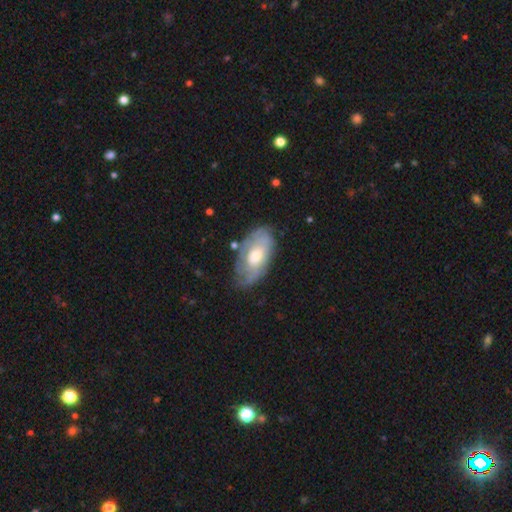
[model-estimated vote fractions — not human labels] A featured or disk galaxy (57%) with no bar (71%), spiral arms (68%) and a moderate central bulge (65%). Merging: none (62%).